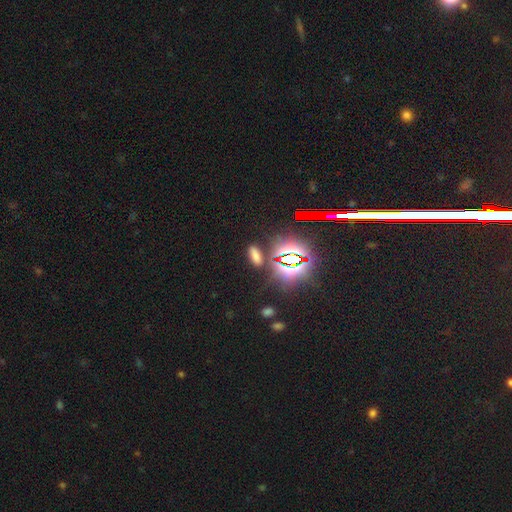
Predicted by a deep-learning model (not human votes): This is possibly a smooth galaxy (56%). How rounded: likely in between (68%). Merging: clearly none (81%).